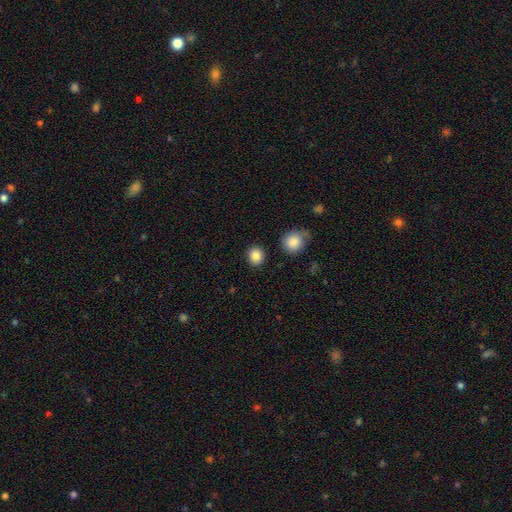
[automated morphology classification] smooth-or-featured: smooth: 87% | star or artifact: 9% | featured or disk: 4%
  how-rounded: round: 80% | in between: 19% | cigar-shaped: 1%
  merging: none: 88% | minor disturbance: 7% | merger: 3% | major disturbance: 2%